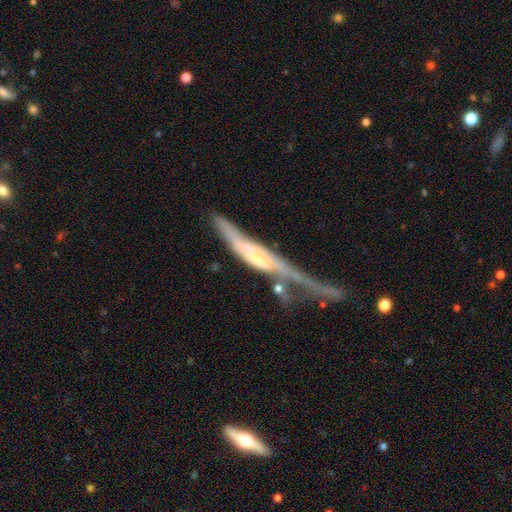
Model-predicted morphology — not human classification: Overall: featured or disk (62%; smooth 30%). Edge-on disk: yes (74%). Merging: major disturbance (41%; merger 24%).